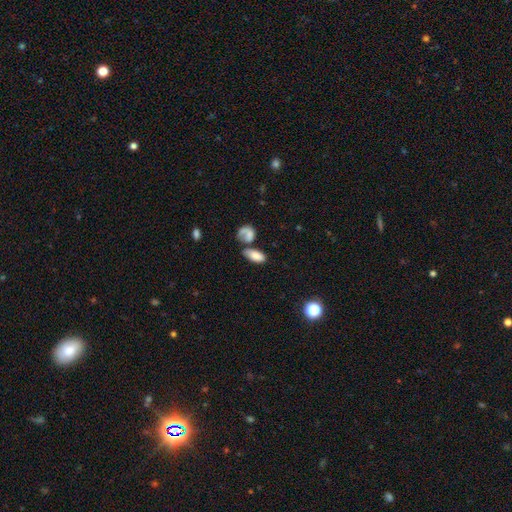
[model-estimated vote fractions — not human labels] A smooth galaxy with no disk features (79%) that is in between round and cigar-shaped (90%). Merging: none (43%).